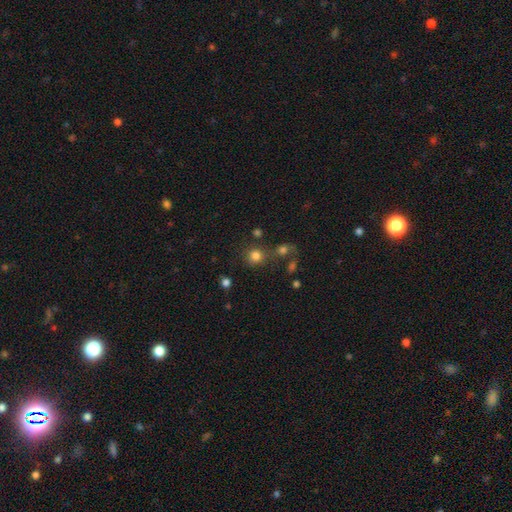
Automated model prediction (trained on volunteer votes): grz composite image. It shows a smooth galaxy with no disk features (79%) that is round (88%). Merging: none (61%).